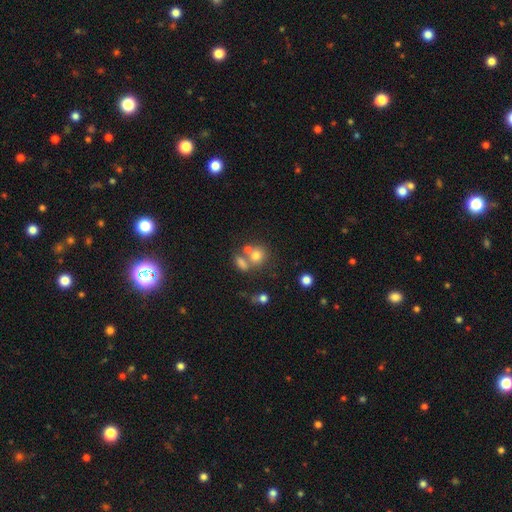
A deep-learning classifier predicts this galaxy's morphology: A smooth galaxy with no disk features (73%) that is round (72%).

Vote fractions:
- Smooth or featured? smooth: 73% / star or artifact: 14% / featured or disk: 14%
- How rounded? round: 72% / in between: 27% / cigar-shaped: 1%
- Merging? none: 44% / merger: 40% / minor disturbance: 10% / major disturbance: 6%